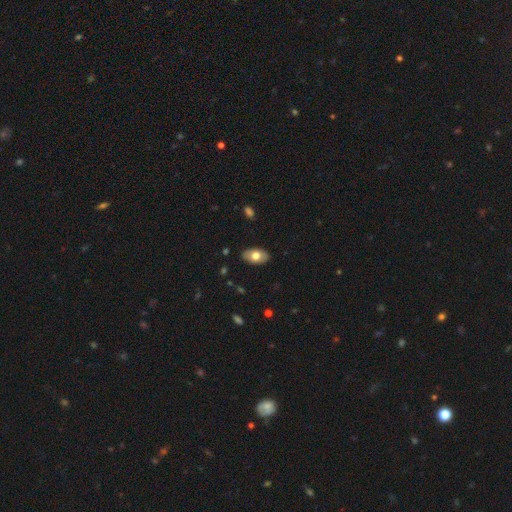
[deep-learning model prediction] Smooth or featured: smooth — 72% (featured or disk — 22%)
How rounded: in between — 94% (round — 5%)
Merging: none — 87% (minor disturbance — 10%)